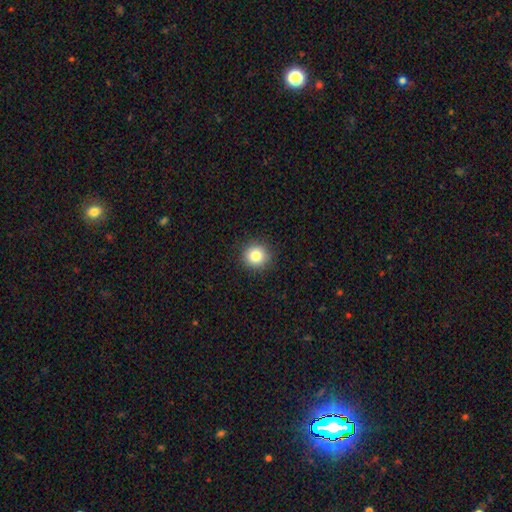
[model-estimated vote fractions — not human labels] Smooth or featured?
  - smooth: 82% *
  - star or artifact: 11%
  - featured or disk: 7%
How rounded?
  - round: 93% *
  - in between: 6%
  - cigar-shaped: 1%
Merging?
  - none: 91% *
  - minor disturbance: 6%
  - major disturbance: 2%
  - merger: 1%